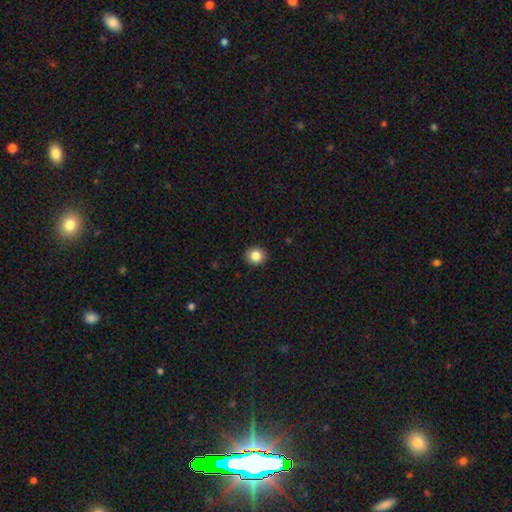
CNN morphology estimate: smooth 86%, star or artifact 10%, featured or disk 5%. Down the decision tree: how rounded — round (89%); merging — none (92%).